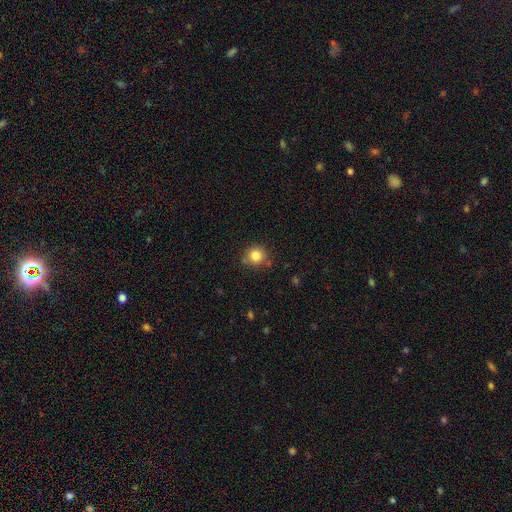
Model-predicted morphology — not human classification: This is clearly a smooth galaxy (83%). How rounded: clearly round (92%). Merging: clearly none (81%).